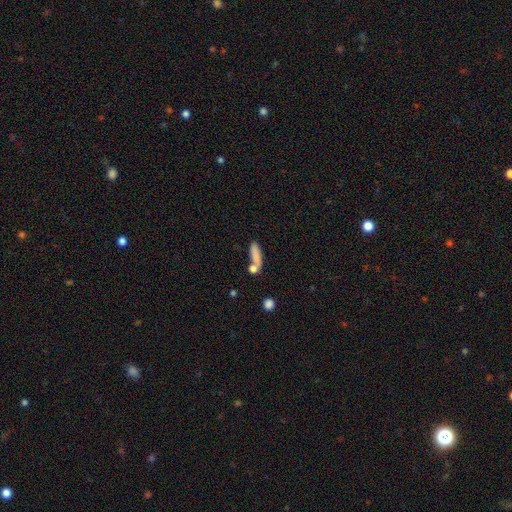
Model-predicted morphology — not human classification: type=smooth (81%); roundness=cigar-shaped (57%); merging=none (57%).